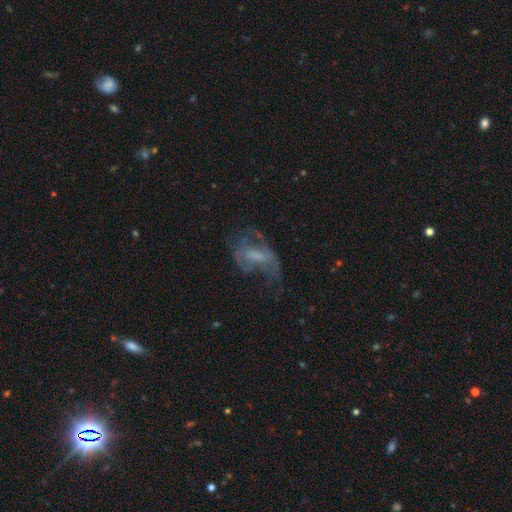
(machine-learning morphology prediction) Smooth or featured: featured or disk — 61% (smooth — 27%)
Edge-on disk: no — 95% (yes — 5%)
Bar: weak — 45% (no — 37%)
Spiral arms: yes — 58% (no — 42%)
Bulge size: none — 35% (small — 31%)
Merging: major disturbance — 39% (none — 37%)